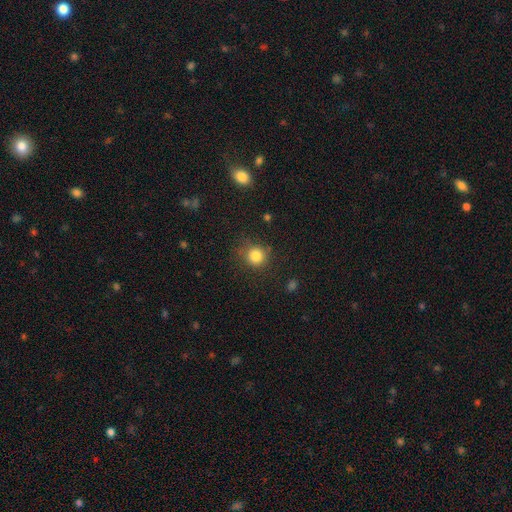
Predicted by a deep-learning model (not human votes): Overall: smooth (83%). How rounded: round (89%). Merging: none (78%).